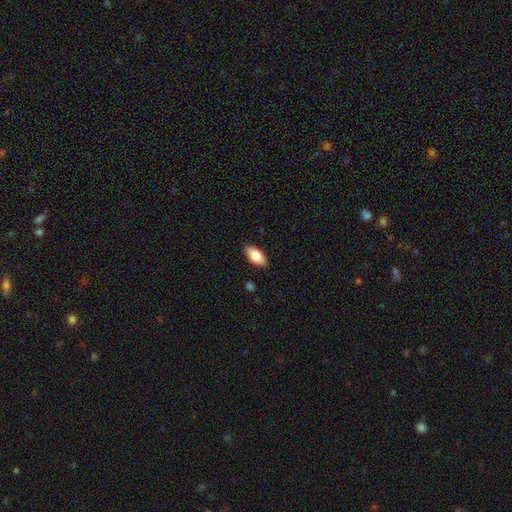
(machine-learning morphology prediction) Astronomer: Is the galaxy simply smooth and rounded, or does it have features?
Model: smooth — 79%.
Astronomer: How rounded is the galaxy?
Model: in between — 90%.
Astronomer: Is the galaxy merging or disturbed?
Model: none — 87%.